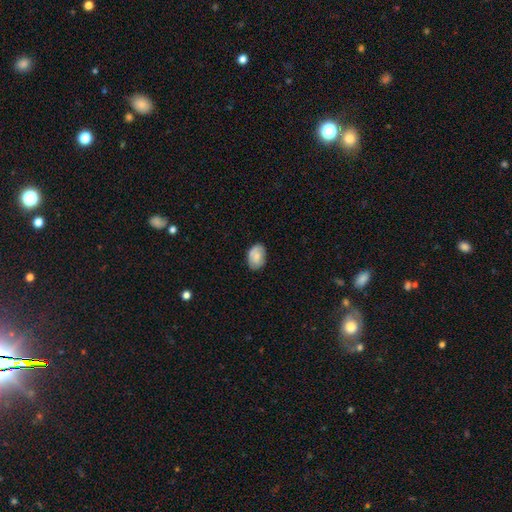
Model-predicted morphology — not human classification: Q: Smooth or featured?
A: smooth (77%); runner-up: featured or disk (16%)
Q: How rounded?
A: in between (84%); runner-up: round (15%)
Q: Merging?
A: none (77%); runner-up: minor disturbance (18%)